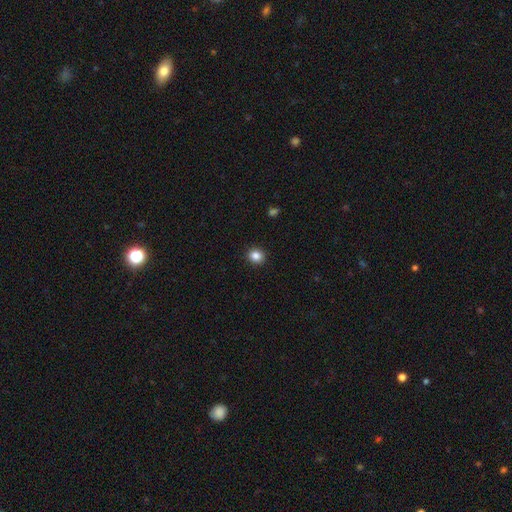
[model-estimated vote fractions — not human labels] smooth_or_featured: smooth (p=0.85) [alt: star or artifact p=0.10]
how_rounded: round (p=0.77) [alt: in between p=0.22]
merging: none (p=0.92) [alt: minor disturbance p=0.05]